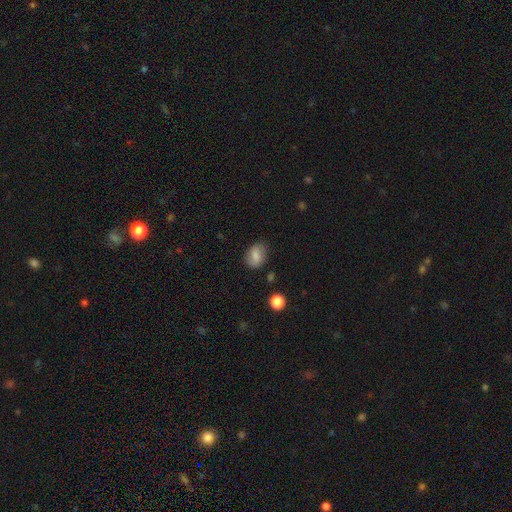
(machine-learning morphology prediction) Smooth or featured? Predicted: smooth (p=0.74). How rounded? Predicted: in between (p=0.68). Merging? Predicted: none (p=0.74).